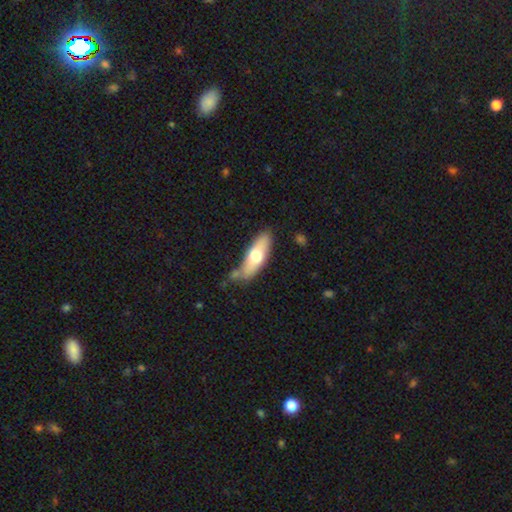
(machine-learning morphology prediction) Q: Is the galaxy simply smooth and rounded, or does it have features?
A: smooth — 61%.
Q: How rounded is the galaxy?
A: in between — 51%.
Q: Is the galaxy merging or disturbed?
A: none — 67%.